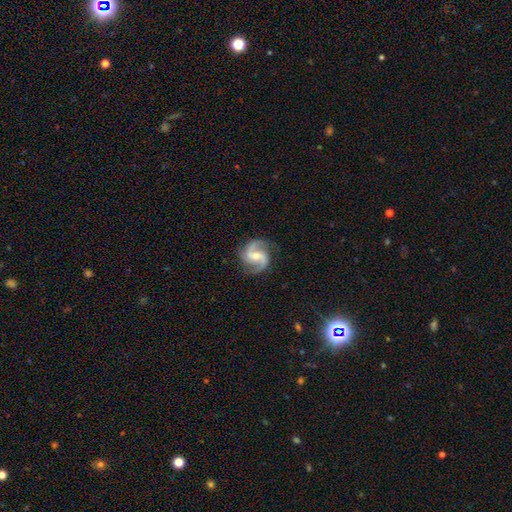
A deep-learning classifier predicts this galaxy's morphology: A featured or disk galaxy (90%) with a weak bar (45%), 2 (90%) medium (55%) spiral arms (98%) and a moderate central bulge (48%). Merging: none (82%).